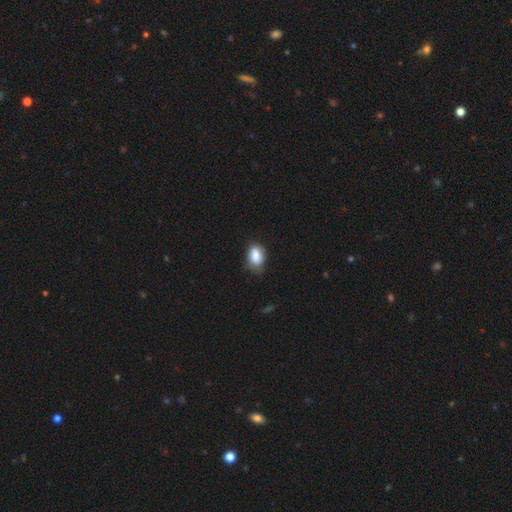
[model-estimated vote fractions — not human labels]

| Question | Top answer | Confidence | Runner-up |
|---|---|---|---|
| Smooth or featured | smooth | 86% | star or artifact (8%) |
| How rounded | in between | 86% | round (13%) |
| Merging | none | 61% | minor disturbance (32%) |